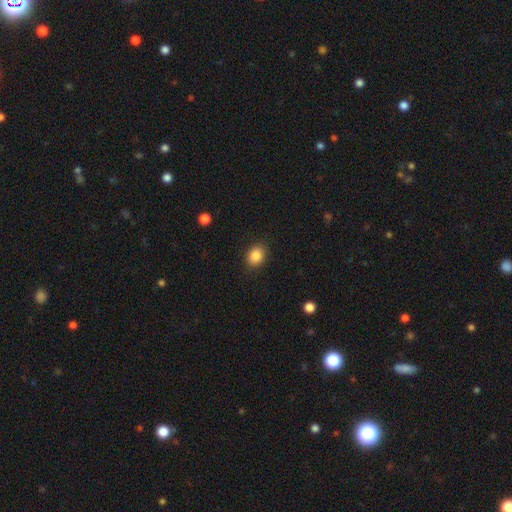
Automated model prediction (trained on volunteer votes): Q: Smooth or featured?
A: smooth (86%); runner-up: star or artifact (9%)
Q: How rounded?
A: in between (55%); runner-up: round (44%)
Q: Merging?
A: none (87%); runner-up: minor disturbance (9%)